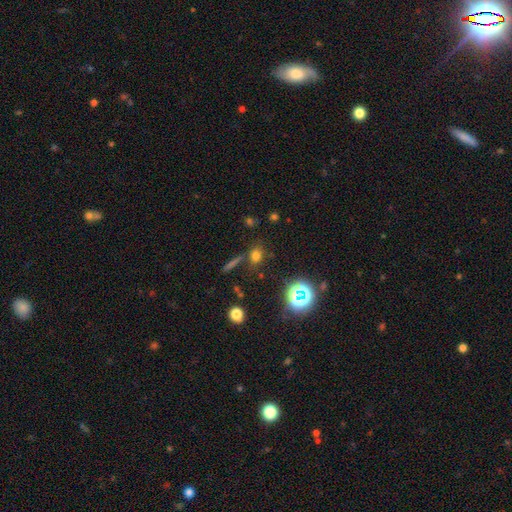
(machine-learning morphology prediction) Smooth or featured?
  - smooth: 65% *
  - star or artifact: 25%
  - featured or disk: 10%
How rounded?
  - round: 59% *
  - in between: 35%
  - cigar-shaped: 6%
Merging?
  - none: 75% *
  - minor disturbance: 11%
  - merger: 9%
  - major disturbance: 5%